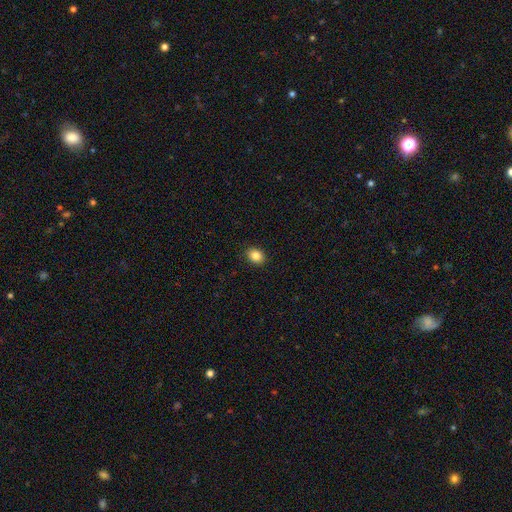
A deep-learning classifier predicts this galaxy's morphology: The model was most divided on "how rounded": in between: 59%, round: 40%, cigar-shaped: 1%. More confident: merging — none (90%); smooth or featured — smooth (86%).